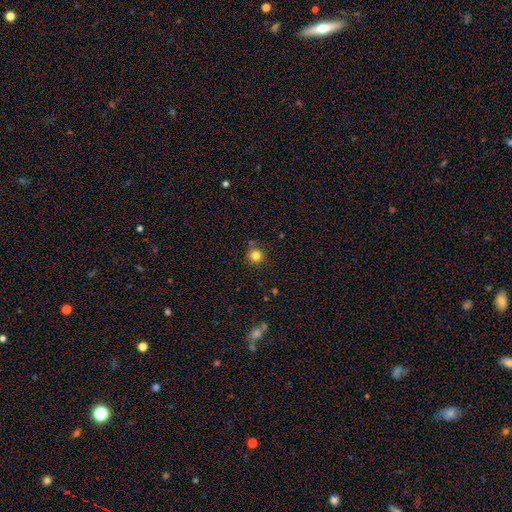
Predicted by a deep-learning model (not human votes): Smooth or featured: smooth — 81% (star or artifact — 13%)
How rounded: round — 94% (in between — 5%)
Merging: none — 82% (minor disturbance — 10%)